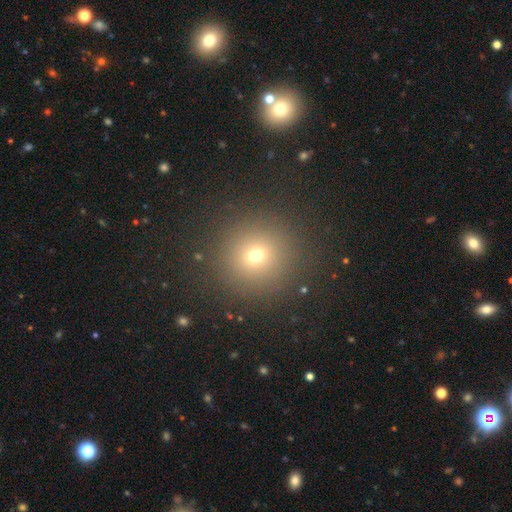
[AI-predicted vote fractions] Overall: smooth (68%). How rounded: round (94%). Merging: none (90%).